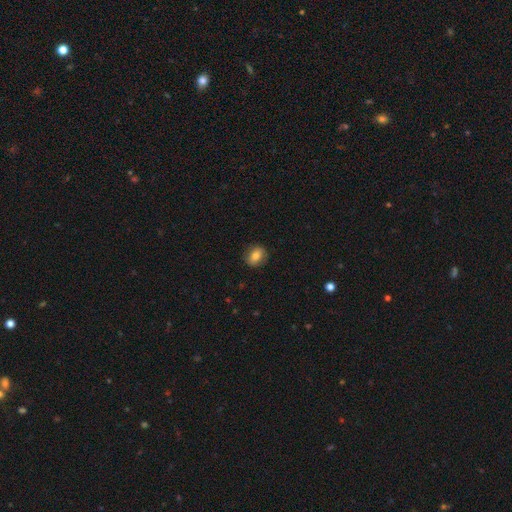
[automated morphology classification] A smooth galaxy with no disk features (77%) that is round (53%).

Vote fractions:
- Smooth or featured? smooth: 77% / featured or disk: 14% / star or artifact: 9%
- How rounded? round: 53% / in between: 46% / cigar-shaped: 1%
- Merging? none: 86% / minor disturbance: 10% / major disturbance: 2% / merger: 1%